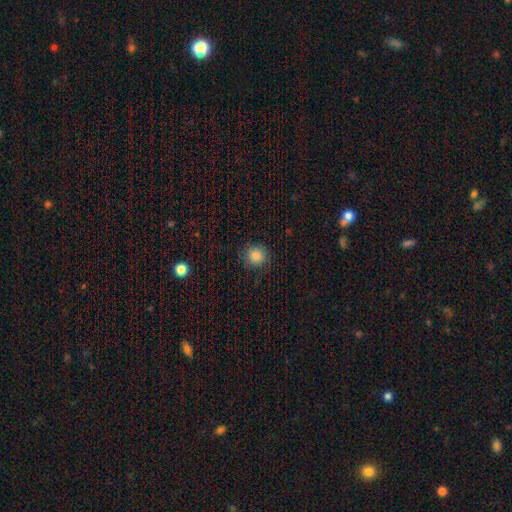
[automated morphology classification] Q: Smooth or featured?
A: smooth (84%); runner-up: star or artifact (11%)
Q: How rounded?
A: round (85%); runner-up: in between (14%)
Q: Merging?
A: none (84%); runner-up: minor disturbance (11%)